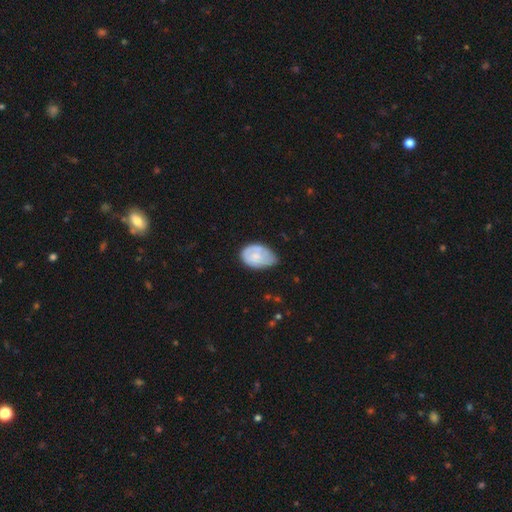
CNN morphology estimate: smooth-or-featured: smooth: 64% | featured or disk: 29% | star or artifact: 6%
  how-rounded: in between: 86% | round: 12% | cigar-shaped: 1%
  merging: minor disturbance: 46% | none: 38% | major disturbance: 13% | merger: 3%